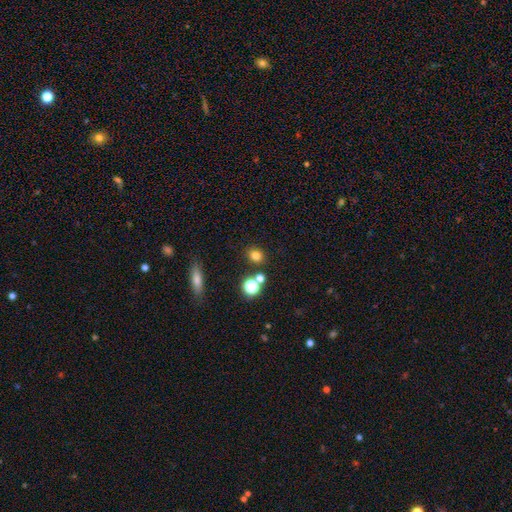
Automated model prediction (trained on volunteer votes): Overall: smooth (77%). How rounded: round (75%). Merging: none (80%).